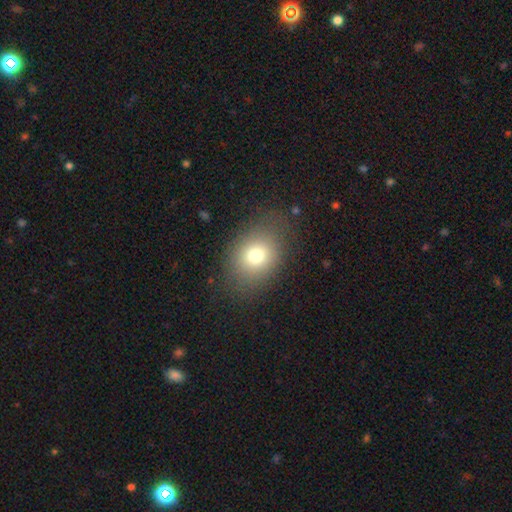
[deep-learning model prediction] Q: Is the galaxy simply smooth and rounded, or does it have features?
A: smooth — 75%.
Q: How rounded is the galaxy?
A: in between — 61%.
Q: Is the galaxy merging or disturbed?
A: none — 77%.